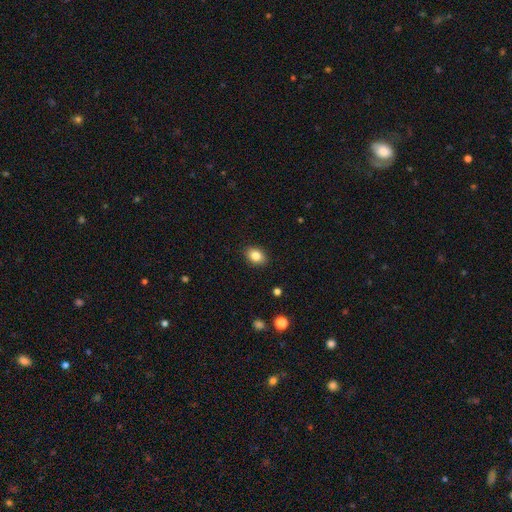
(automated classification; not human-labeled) Morphology: type=smooth (84%); roundness=in between (73%); merging=none (89%).